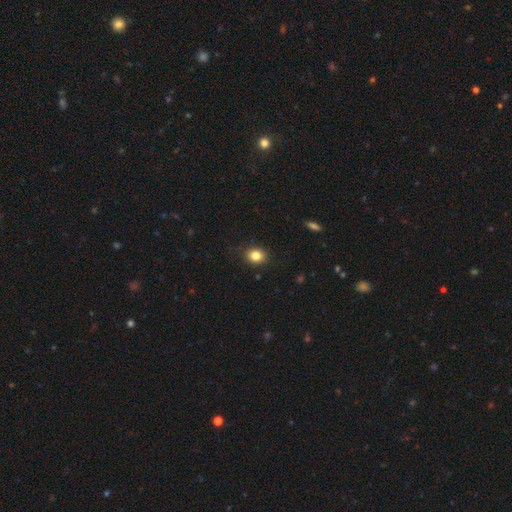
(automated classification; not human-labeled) The model was most divided on "how rounded": round: 56%, in between: 43%, cigar-shaped: 1%. More confident: merging — none (87%); smooth or featured — smooth (83%).